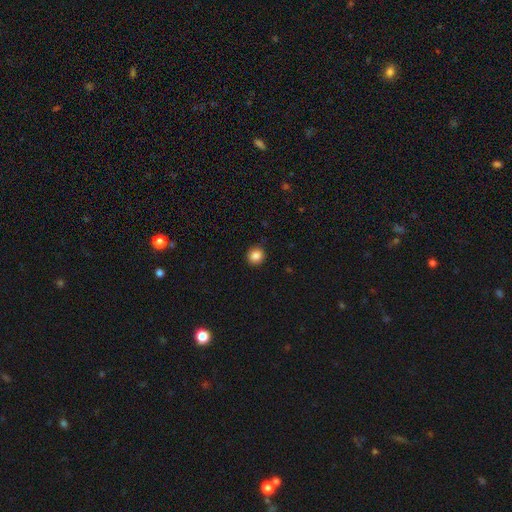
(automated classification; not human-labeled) Smooth or featured?
  - smooth: 86% *
  - star or artifact: 10%
  - featured or disk: 4%
How rounded?
  - round: 90% *
  - in between: 9%
  - cigar-shaped: 1%
Merging?
  - none: 91% *
  - minor disturbance: 6%
  - major disturbance: 2%
  - merger: 1%